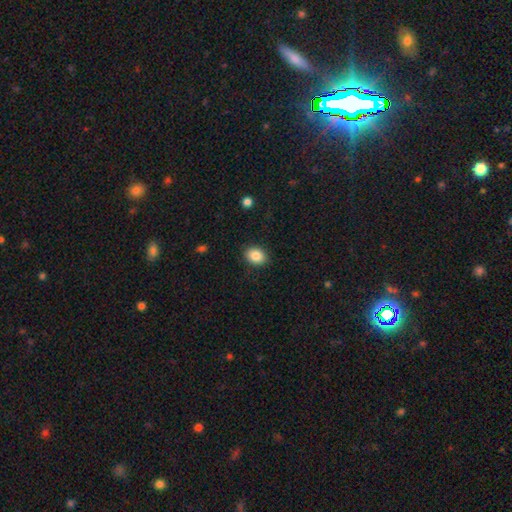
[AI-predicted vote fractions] This appears to be a smooth galaxy with no disk features (86%) that is in between round and cigar-shaped (66%). Merging: none (88%).